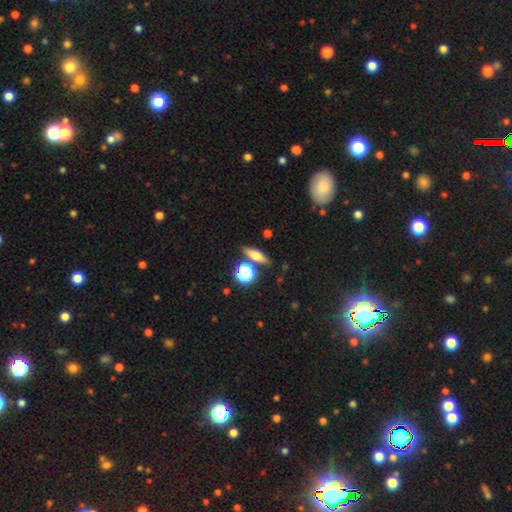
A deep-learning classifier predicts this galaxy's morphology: type=smooth (59%); roundness=cigar-shaped (43%); merging=none (78%).